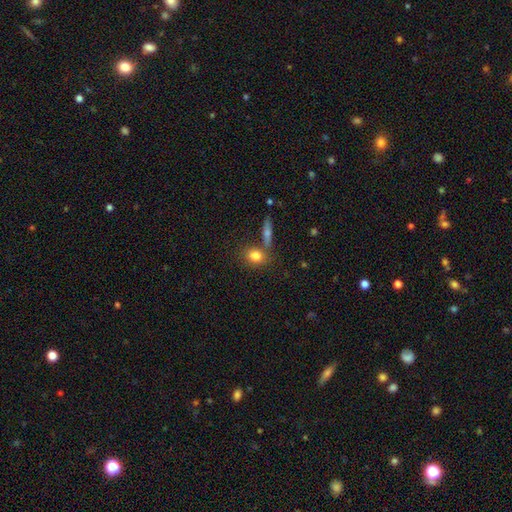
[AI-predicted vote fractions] Smooth or featured? Predicted: smooth (p=0.81). How rounded? Predicted: in between (p=0.59). Merging? Predicted: none (p=0.63).